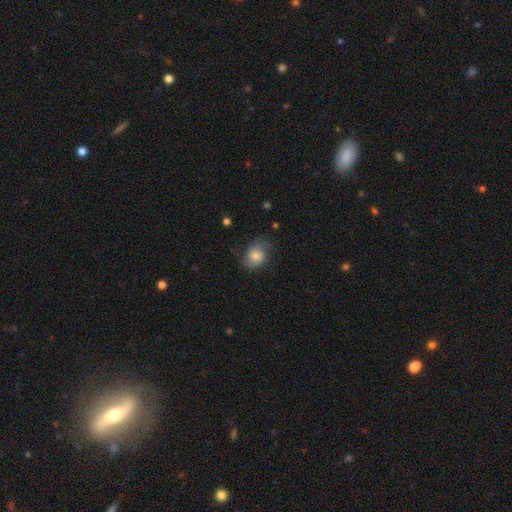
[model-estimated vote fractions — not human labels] Q: Smooth or featured?
A: smooth (61%); runner-up: featured or disk (30%)
Q: How rounded?
A: round (55%); runner-up: in between (44%)
Q: Merging?
A: none (59%); runner-up: minor disturbance (27%)